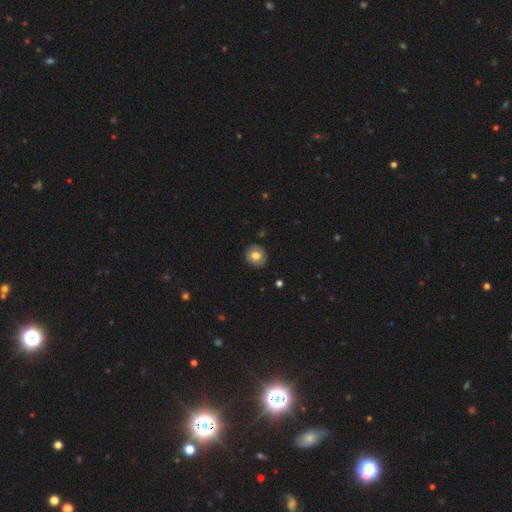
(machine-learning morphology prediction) A smooth galaxy with no disk features (73%) that is round (82%).

Vote fractions:
- Smooth or featured? smooth: 73% / featured or disk: 19% / star or artifact: 8%
- How rounded? round: 82% / in between: 17% / cigar-shaped: 1%
- Merging? none: 87% / minor disturbance: 10% / major disturbance: 2% / merger: 1%